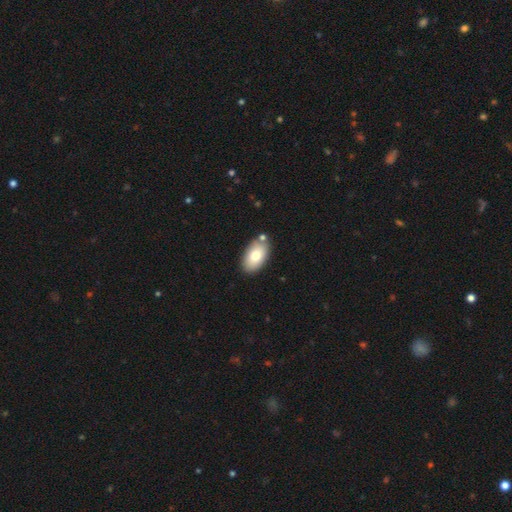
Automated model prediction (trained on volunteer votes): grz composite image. It shows a smooth galaxy with no disk features (77%) that is in between round and cigar-shaped (94%). Merging: none (78%).